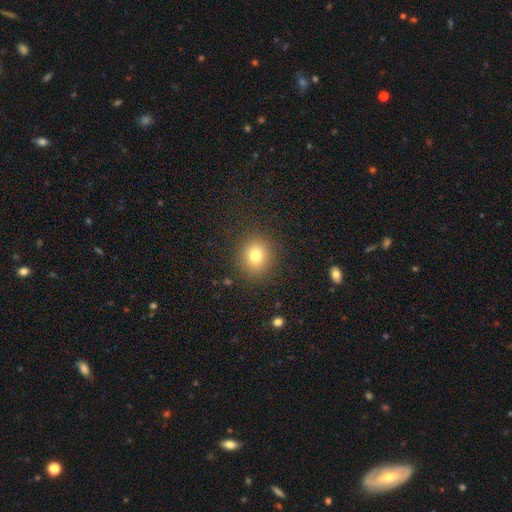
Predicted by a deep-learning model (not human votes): Smooth or featured?
  - smooth: 77% *
  - star or artifact: 13%
  - featured or disk: 10%
How rounded?
  - round: 82% *
  - in between: 17%
  - cigar-shaped: 1%
Merging?
  - none: 88% *
  - minor disturbance: 8%
  - major disturbance: 4%
  - merger: 1%